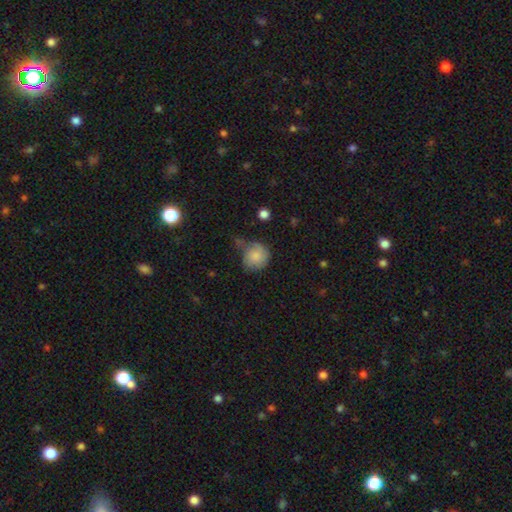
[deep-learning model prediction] smooth_or_featured: smooth (p=0.80) [alt: featured or disk p=0.12]
how_rounded: round (p=0.83) [alt: in between p=0.16]
merging: none (p=0.50) [alt: minor disturbance p=0.29]